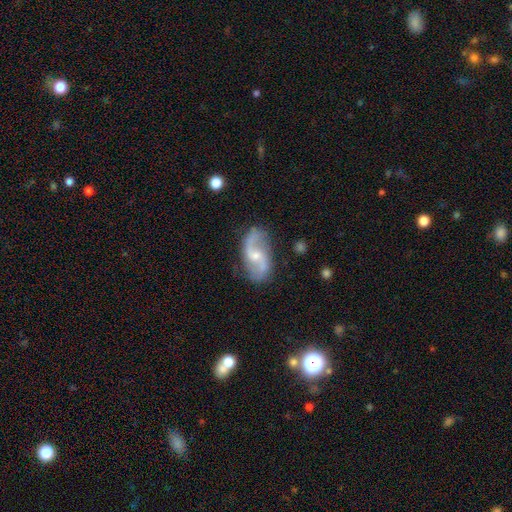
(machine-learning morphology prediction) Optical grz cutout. It shows a featured or disk galaxy (87%) with a weak bar (48%), 2 (92%) loose (63%) spiral arms (96%) and a small central bulge (56%). Merging: none (77%).